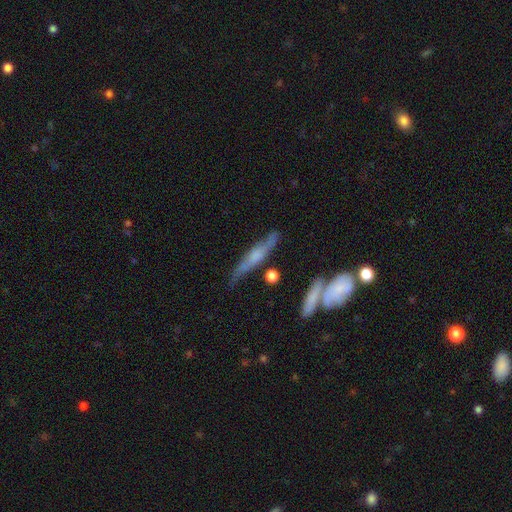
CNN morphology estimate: A featured or disk galaxy (70%) viewed edge-on (75%) with a rounded central bulge (63%).

Vote fractions:
- Smooth or featured? featured or disk: 70% / smooth: 23% / star or artifact: 7%
- Edge-on disk? yes: 75% / no: 25%
- Edge-on bulge? rounded: 63% / boxy: 19% / none: 19%
- Merging? none: 68% / minor disturbance: 19% / merger: 7% / major disturbance: 6%